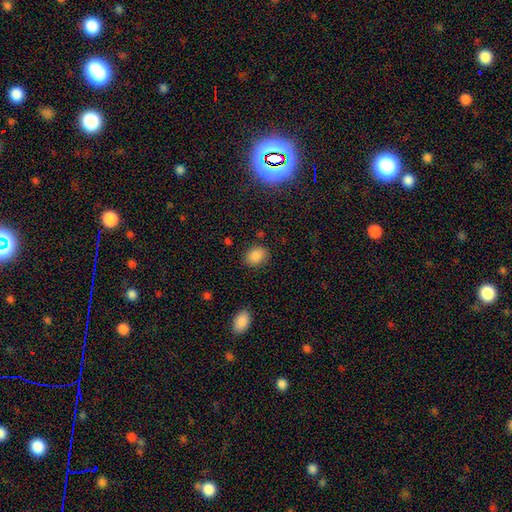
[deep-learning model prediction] This appears to be a smooth galaxy with no disk features (86%) that is in between round and cigar-shaped (61%). Merging: none (83%).